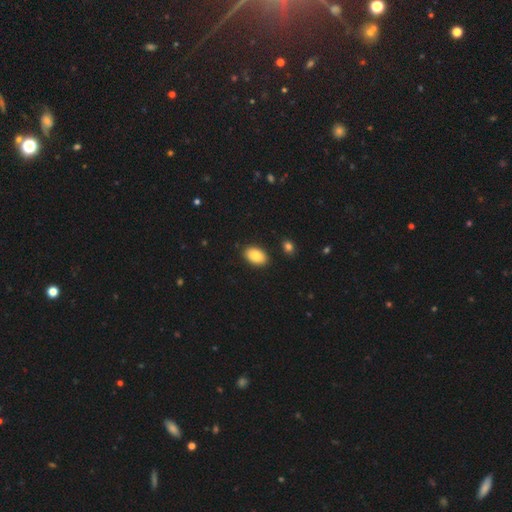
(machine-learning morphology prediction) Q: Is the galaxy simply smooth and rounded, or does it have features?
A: smooth — 86%.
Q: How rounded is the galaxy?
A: in between — 92%.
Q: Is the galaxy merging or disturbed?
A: none — 88%.